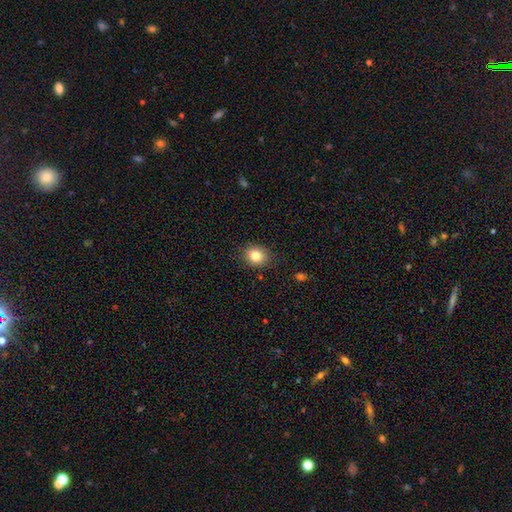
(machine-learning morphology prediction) Q: Smooth or featured?
A: smooth (82%); runner-up: star or artifact (11%)
Q: How rounded?
A: round (67%); runner-up: in between (32%)
Q: Merging?
A: none (86%); runner-up: minor disturbance (11%)